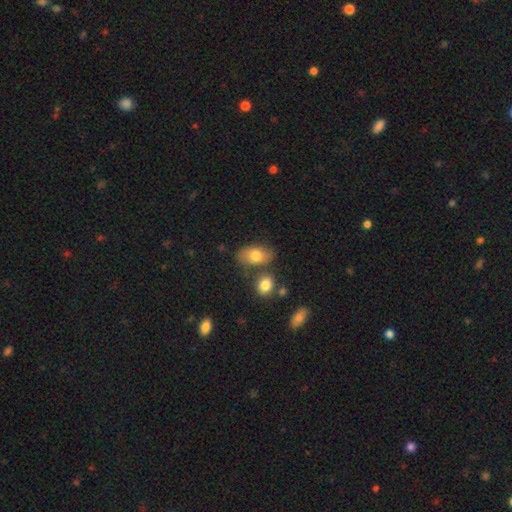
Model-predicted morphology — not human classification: Smooth or featured?
  - smooth: 74% *
  - featured or disk: 17%
  - star or artifact: 8%
How rounded?
  - in between: 88% *
  - round: 10%
  - cigar-shaped: 2%
Merging?
  - none: 67% *
  - minor disturbance: 16%
  - merger: 13%
  - major disturbance: 5%